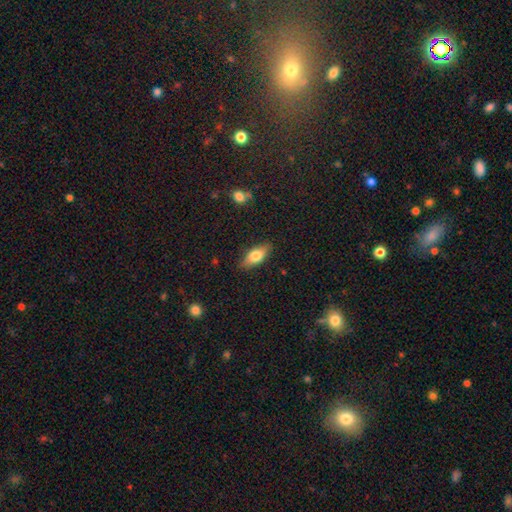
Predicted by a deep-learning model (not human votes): A smooth galaxy with no disk features (71%) that is in between round and cigar-shaped (76%).

Vote fractions:
- Smooth or featured? smooth: 71% / featured or disk: 22% / star or artifact: 7%
- How rounded? in between: 76% / cigar-shaped: 20% / round: 3%
- Merging? none: 86% / minor disturbance: 11% / major disturbance: 2% / merger: 1%